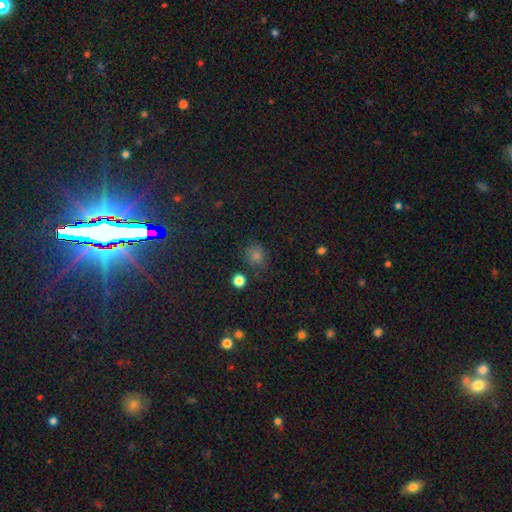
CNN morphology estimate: This is likely a smooth galaxy (64%). How rounded: clearly round (81%). Merging: likely none (79%).